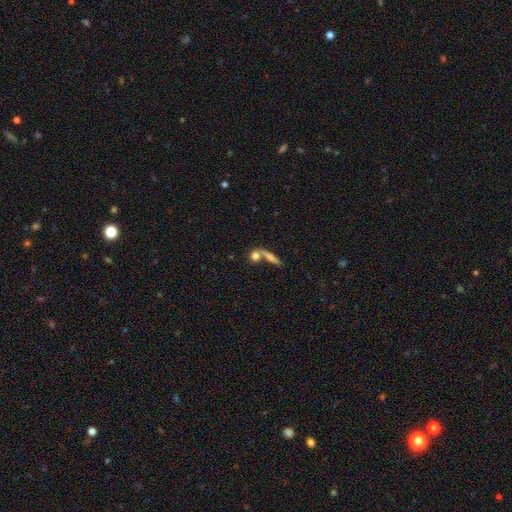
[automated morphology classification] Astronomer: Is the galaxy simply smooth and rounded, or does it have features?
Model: smooth — 72%.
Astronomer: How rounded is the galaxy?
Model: round — 47% (runner-up: in between, 31%).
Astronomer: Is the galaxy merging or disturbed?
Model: none — 44% (runner-up: merger, 43%).